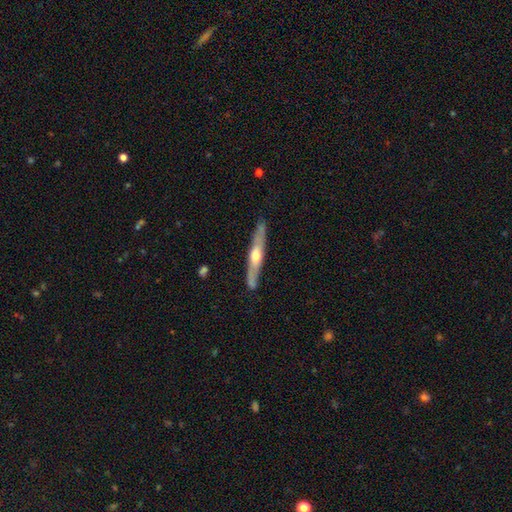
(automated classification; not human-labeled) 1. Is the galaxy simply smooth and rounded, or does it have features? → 62% featured or disk, 33% smooth, 5% star or artifact.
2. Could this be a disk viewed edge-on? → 91% yes, 9% no.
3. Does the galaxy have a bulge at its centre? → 87% rounded, 9% none, 4% boxy.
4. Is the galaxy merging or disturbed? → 87% none, 10% minor disturbance, 2% major disturbance, 1% merger.